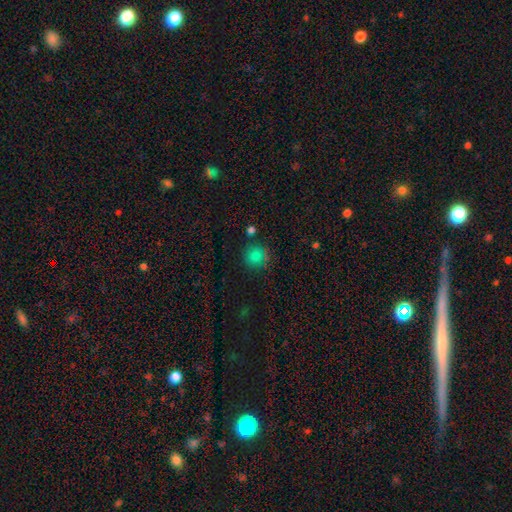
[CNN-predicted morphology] The model was most divided on "merging": none: 76%, minor disturbance: 14%, merger: 6%, major disturbance: 4%. More confident: how rounded — round (92%); smooth or featured — smooth (79%).